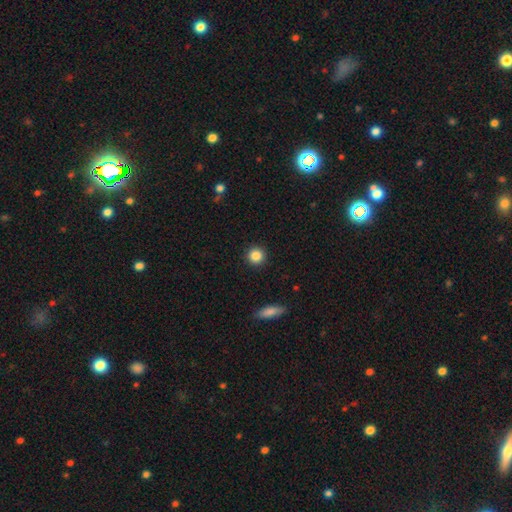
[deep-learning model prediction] Smooth or featured: smooth — 85% (star or artifact — 10%)
How rounded: round — 94% (in between — 5%)
Merging: none — 93% (minor disturbance — 5%)